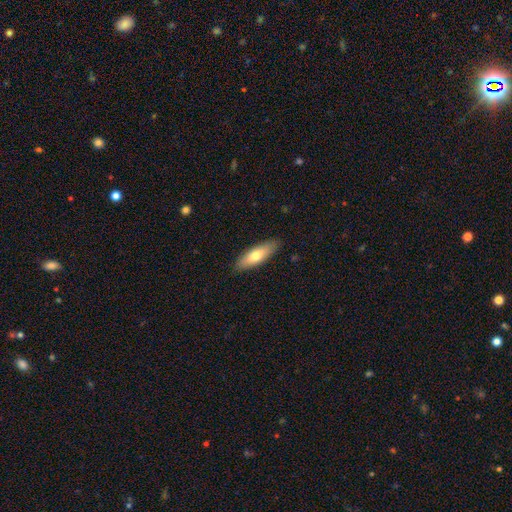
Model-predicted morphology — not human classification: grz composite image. It shows a smooth galaxy with no disk features (70%) that is in between round and cigar-shaped (50%). Merging: none (87%).